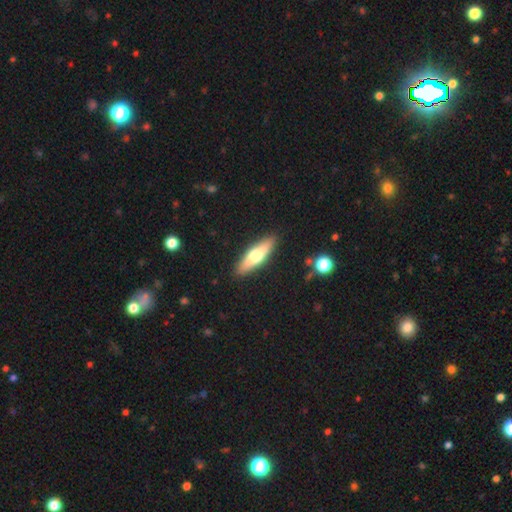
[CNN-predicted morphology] smooth-or-featured: smooth: 55% | featured or disk: 39% | star or artifact: 6%
  how-rounded: cigar-shaped: 58% | in between: 40% | round: 2%
  merging: none: 89% | minor disturbance: 8% | major disturbance: 2% | merger: 1%